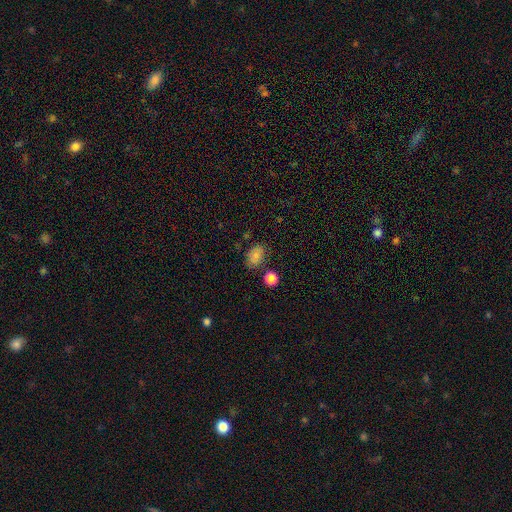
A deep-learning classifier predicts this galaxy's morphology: The model was most divided on "how rounded": in between: 75%, round: 24%, cigar-shaped: 1%. More confident: smooth or featured — smooth (79%); merging — none (73%).